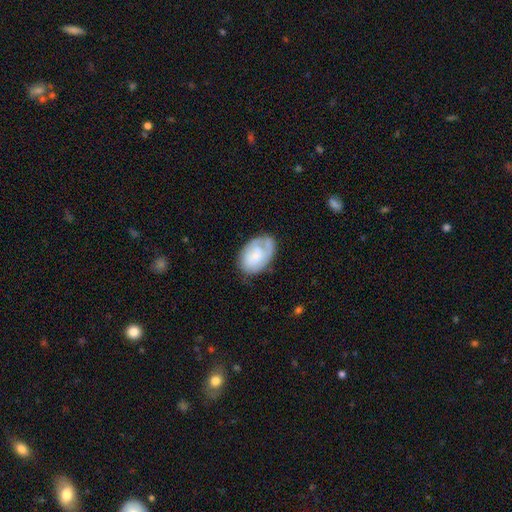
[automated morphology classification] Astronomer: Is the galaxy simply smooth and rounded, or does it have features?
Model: smooth — 50% (runner-up: featured or disk, 43%).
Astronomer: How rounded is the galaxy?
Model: in between — 86%.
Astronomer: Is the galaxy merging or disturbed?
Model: none — 57%.